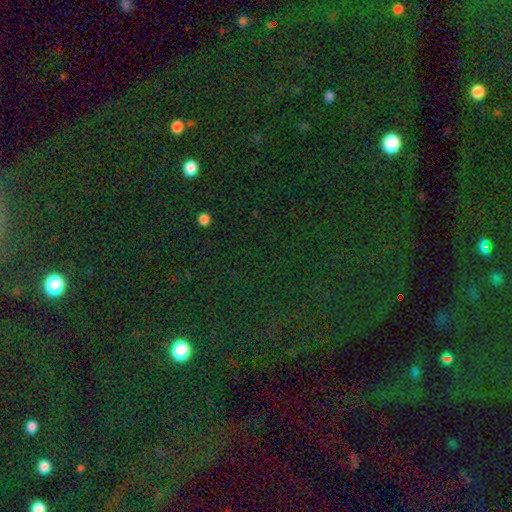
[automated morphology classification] This is clearly a star or artifact rather than a galaxy (80%).